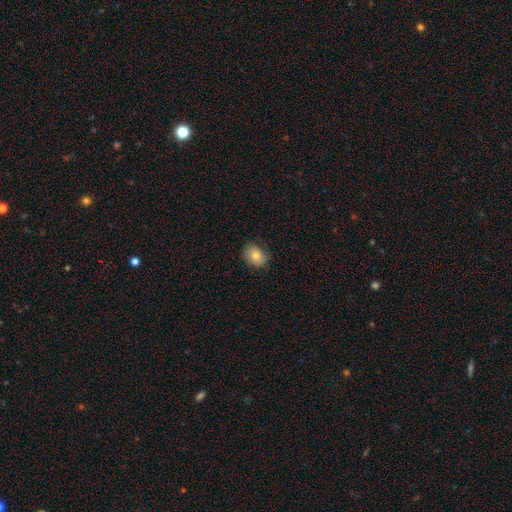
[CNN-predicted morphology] This is likely a smooth galaxy (77%). How rounded: possibly in between (54%). Merging: likely none (74%).